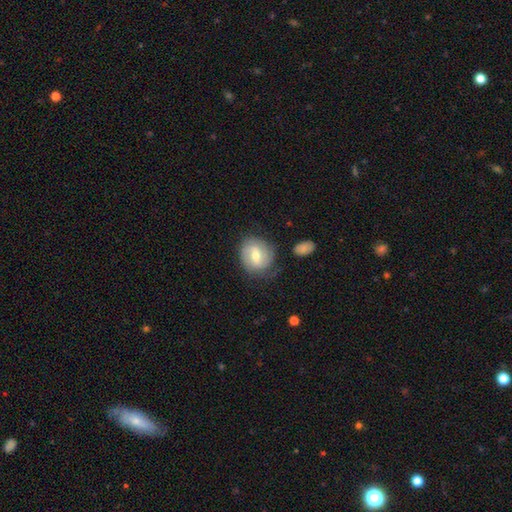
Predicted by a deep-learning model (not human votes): This is possibly a featured or disk galaxy (55%). It is clearly not viewed edge-on (96%). Bar: possibly weak (55%). Spiral arm pattern: clearly yes (80%). Central bulge: likely moderate (65%). Merging: likely none (70%).